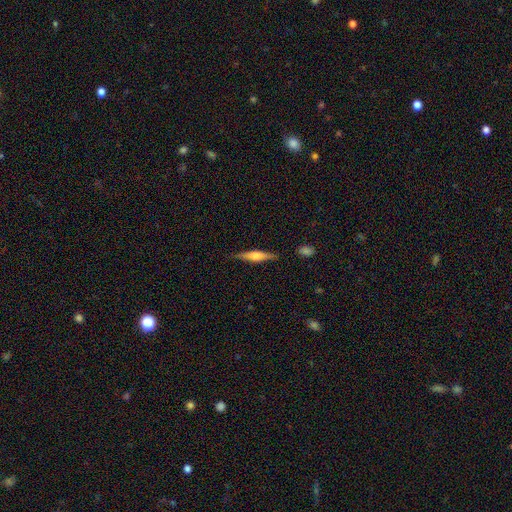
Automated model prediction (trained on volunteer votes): A featured or disk galaxy (62%) viewed edge-on (97%) with a rounded central bulge (81%).

Vote fractions:
- Smooth or featured? featured or disk: 62% / smooth: 32% / star or artifact: 6%
- Edge-on disk? yes: 97% / no: 3%
- Edge-on bulge? rounded: 81% / boxy: 14% / none: 4%
- Merging? none: 87% / minor disturbance: 9% / major disturbance: 2% / merger: 2%